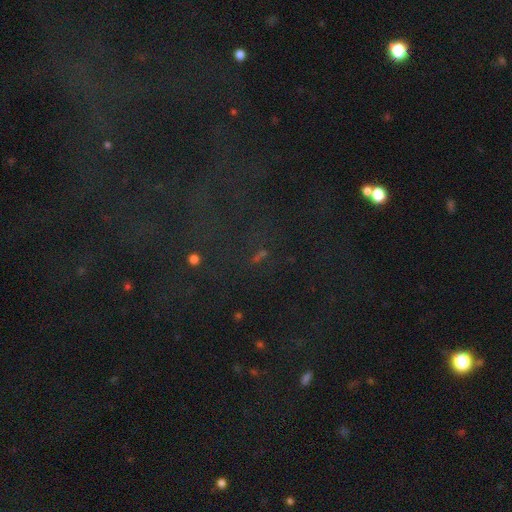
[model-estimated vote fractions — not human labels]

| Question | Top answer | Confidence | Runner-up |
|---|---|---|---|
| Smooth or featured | star or artifact | 74% | smooth (16%) |